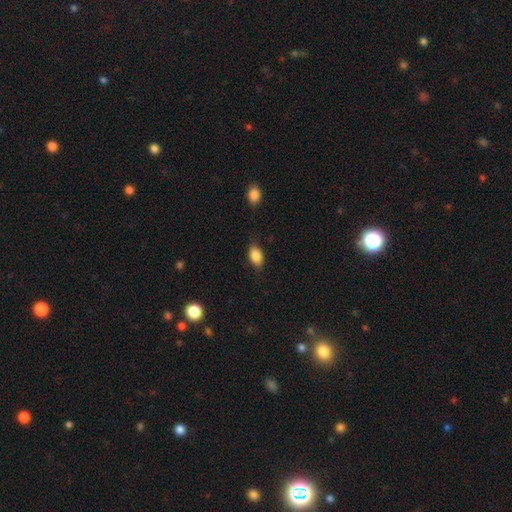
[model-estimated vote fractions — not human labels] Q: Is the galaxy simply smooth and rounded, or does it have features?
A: smooth — 86%.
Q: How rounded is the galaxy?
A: in between — 88%.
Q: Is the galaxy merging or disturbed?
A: none — 79%.